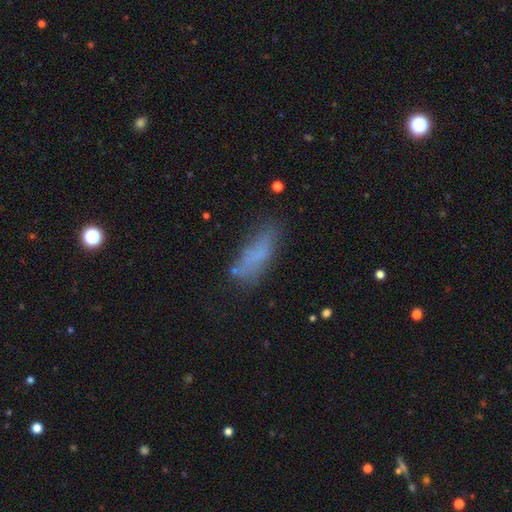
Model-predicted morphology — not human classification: type=smooth (67%); roundness=in between (54%); merging=none (58%).